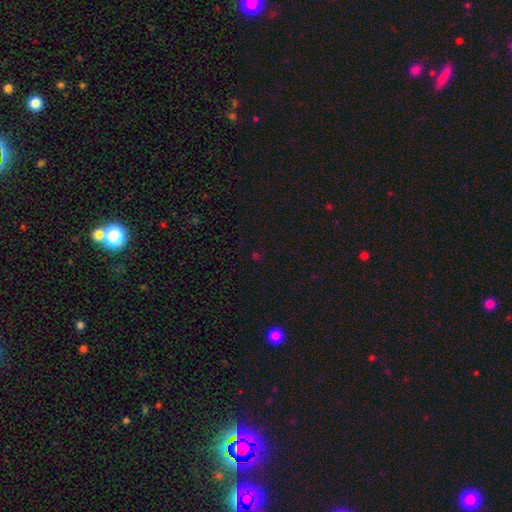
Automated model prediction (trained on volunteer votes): The model was most divided on "smooth or featured": star or artifact: 61%, smooth: 31%, featured or disk: 7%.